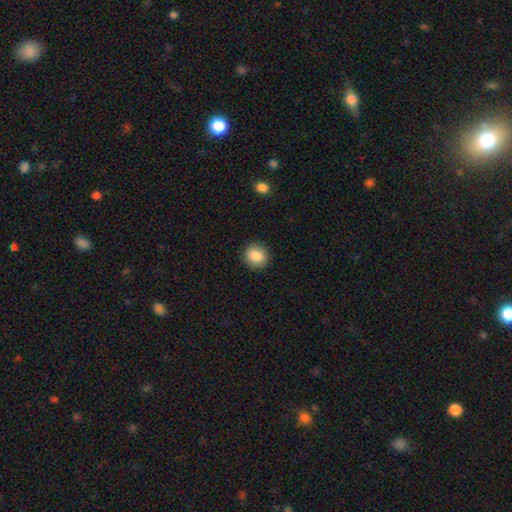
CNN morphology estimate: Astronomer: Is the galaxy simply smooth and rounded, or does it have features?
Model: smooth — 86%.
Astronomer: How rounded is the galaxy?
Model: round — 85%.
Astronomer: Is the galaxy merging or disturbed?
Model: none — 91%.